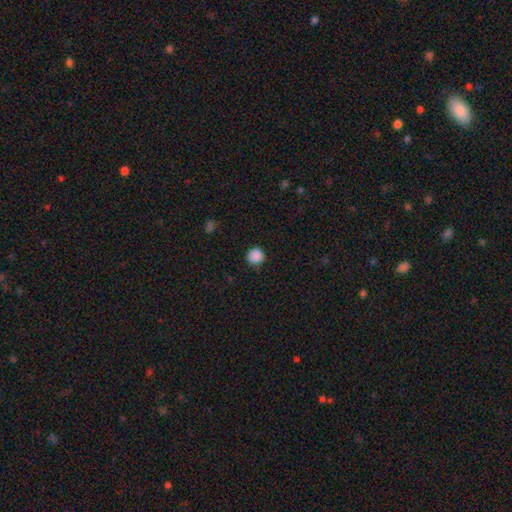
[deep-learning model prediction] A smooth galaxy with no disk features (88%) that is round (93%). Merging: none (89%).